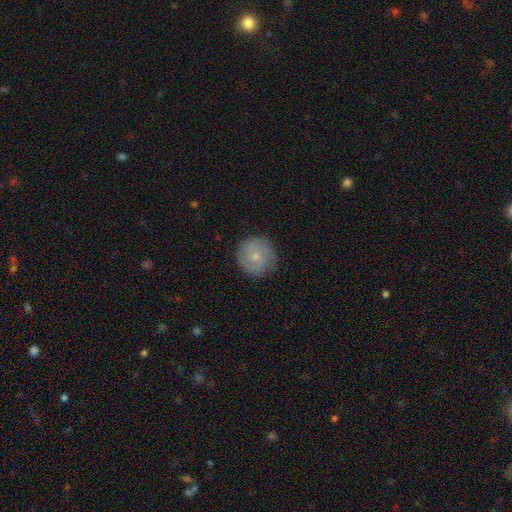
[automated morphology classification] This appears to be a smooth galaxy with no disk features (58%) that is round (93%). Merging: none (83%).